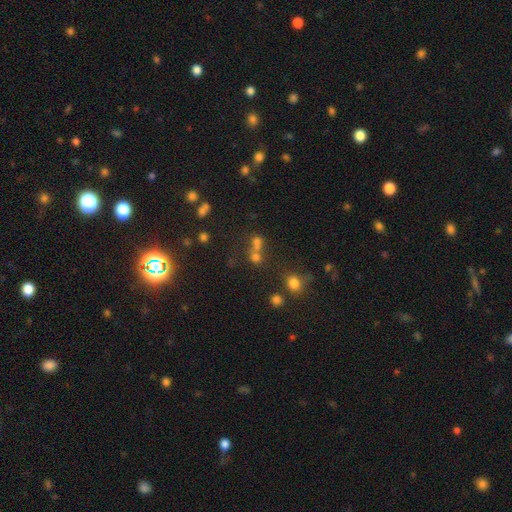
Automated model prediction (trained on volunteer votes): Smooth or featured? smooth (48%)
Merging? none (46%)